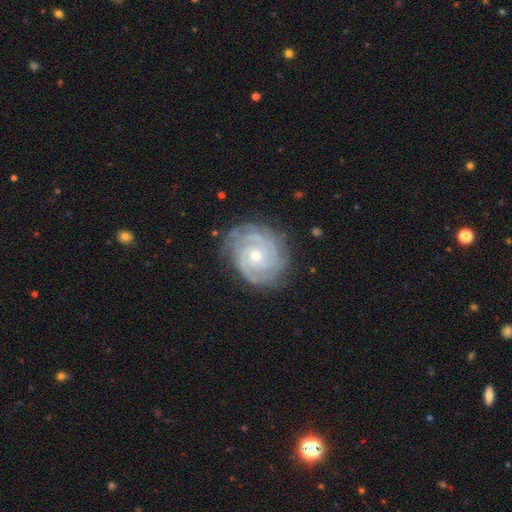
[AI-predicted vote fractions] Smooth or featured? Predicted: featured or disk (p=0.88). Edge-on disk? Predicted: no (p=0.98). Bar? Predicted: no (p=0.73). Spiral arms? Predicted: yes (p=0.98). Spiral winding? Predicted: tight (p=0.79). Spiral arm count? Predicted: 3 (p=0.28). Bulge size? Predicted: small (p=0.54). Merging? Predicted: none (p=0.80).